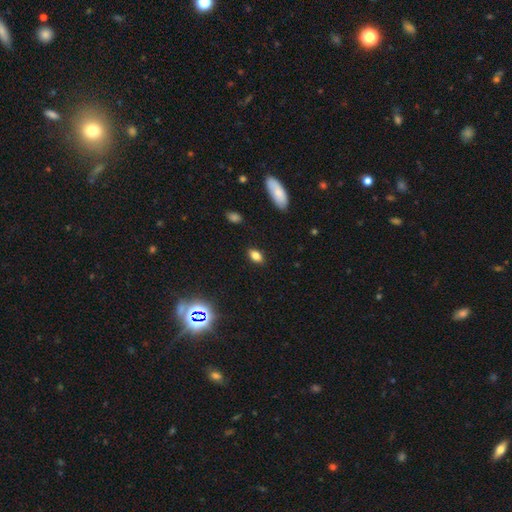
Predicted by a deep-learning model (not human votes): Q: Smooth or featured?
A: smooth (79%); runner-up: star or artifact (12%)
Q: How rounded?
A: in between (86%); runner-up: round (10%)
Q: Merging?
A: none (86%); runner-up: minor disturbance (10%)